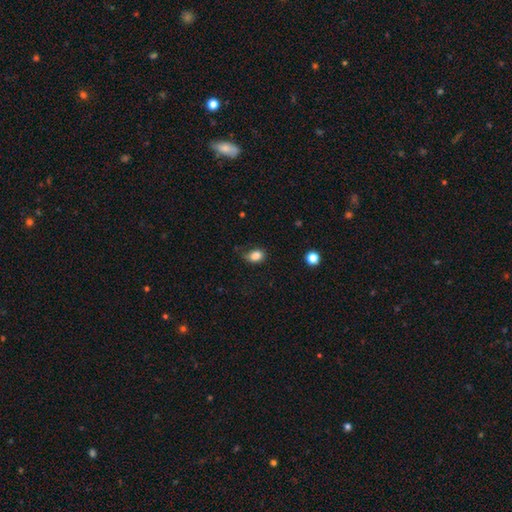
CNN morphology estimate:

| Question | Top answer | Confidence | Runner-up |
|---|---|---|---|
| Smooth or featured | smooth | 84% | star or artifact (10%) |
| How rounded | in between | 68% | round (30%) |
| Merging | none | 63% | minor disturbance (28%) |